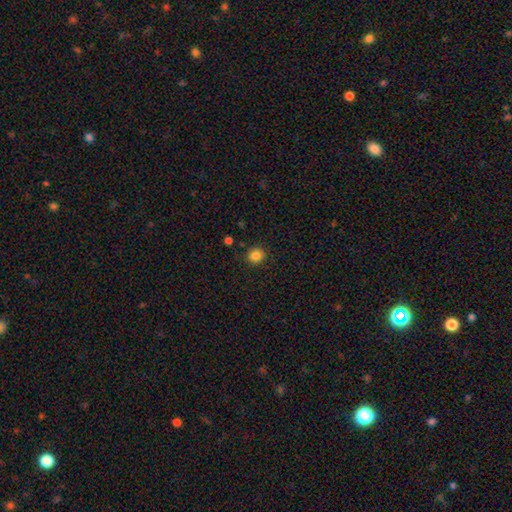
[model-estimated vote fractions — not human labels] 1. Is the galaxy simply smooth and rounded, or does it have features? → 84% smooth, 11% star or artifact, 4% featured or disk.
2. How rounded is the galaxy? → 87% round, 12% in between, 1% cigar-shaped.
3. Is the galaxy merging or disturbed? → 90% none, 6% minor disturbance, 2% major disturbance, 2% merger.